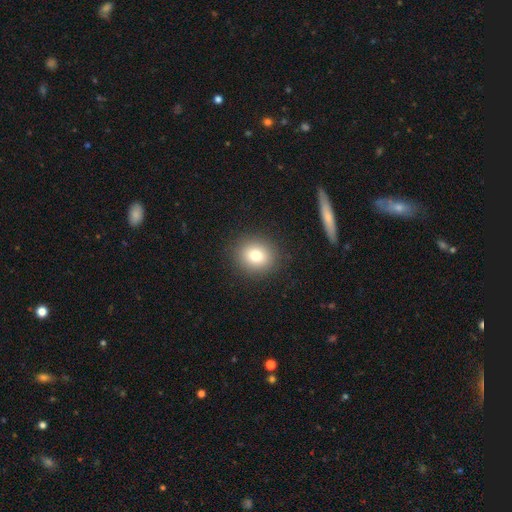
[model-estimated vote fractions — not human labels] Morphology: type=smooth (79%); roundness=round (79%); merging=none (89%).